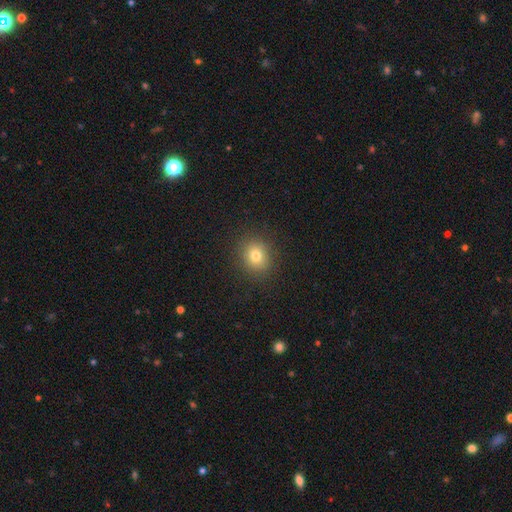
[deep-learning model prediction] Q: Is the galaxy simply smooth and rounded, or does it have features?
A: smooth — 78%.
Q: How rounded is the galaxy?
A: round — 72%.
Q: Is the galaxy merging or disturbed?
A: none — 88%.